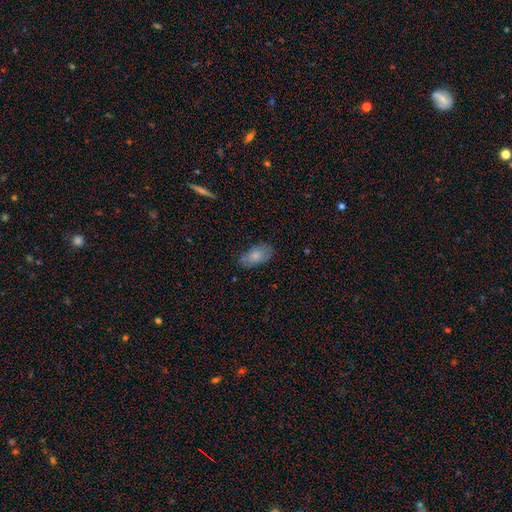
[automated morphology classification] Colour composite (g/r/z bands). It shows a smooth galaxy with no disk features (79%) that is in between round and cigar-shaped (92%). Merging: none (70%).